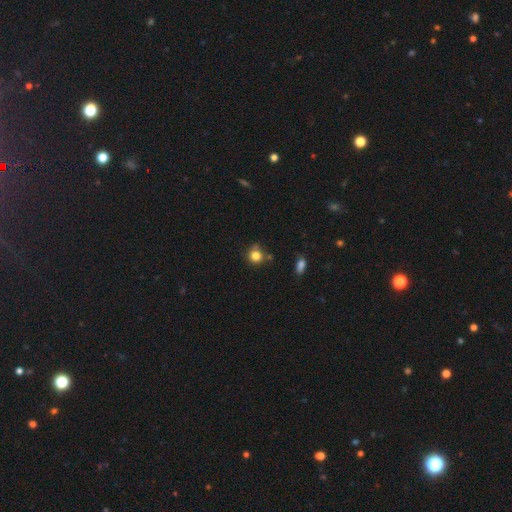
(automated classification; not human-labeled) Smooth or featured? smooth (81%)
How rounded? round (88%)
Merging? none (70%)